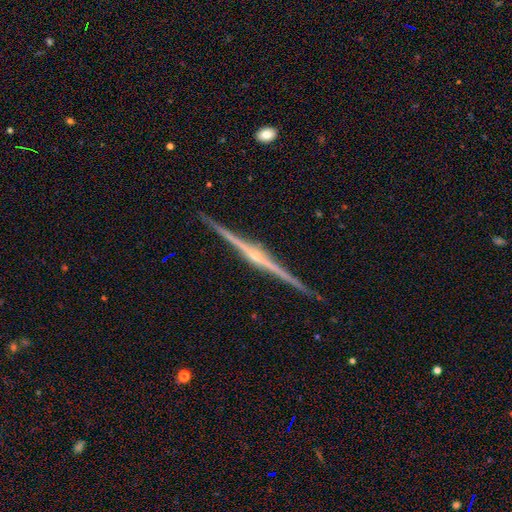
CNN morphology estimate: Q: Smooth or featured?
A: featured or disk (90%); runner-up: smooth (5%)
Q: Edge-on disk?
A: yes (99%); runner-up: no (1%)
Q: Edge-on bulge?
A: rounded (81%); runner-up: none (11%)
Q: Merging?
A: none (92%); runner-up: minor disturbance (6%)